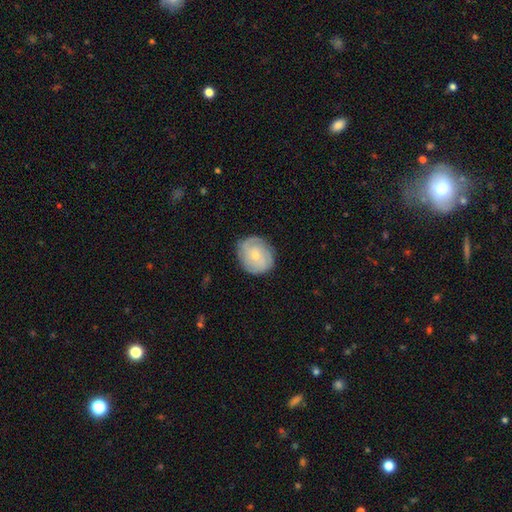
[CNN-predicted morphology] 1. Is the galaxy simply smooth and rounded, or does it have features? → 65% featured or disk, 28% smooth, 7% star or artifact.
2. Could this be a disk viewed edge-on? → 97% no, 3% yes.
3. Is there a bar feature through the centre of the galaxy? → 74% no, 22% weak, 3% strong.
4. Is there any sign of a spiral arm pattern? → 89% yes, 11% no.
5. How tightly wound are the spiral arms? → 62% tight, 29% medium, 9% loose.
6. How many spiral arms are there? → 33% can't tell, 26% 3, 18% 2, 12% 4, 5% 1, 5% more than 4.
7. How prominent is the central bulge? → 63% small, 33% moderate, 2% none, 1% large, 1% dominant.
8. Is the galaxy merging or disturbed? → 81% none, 14% minor disturbance, 4% major disturbance, 1% merger.